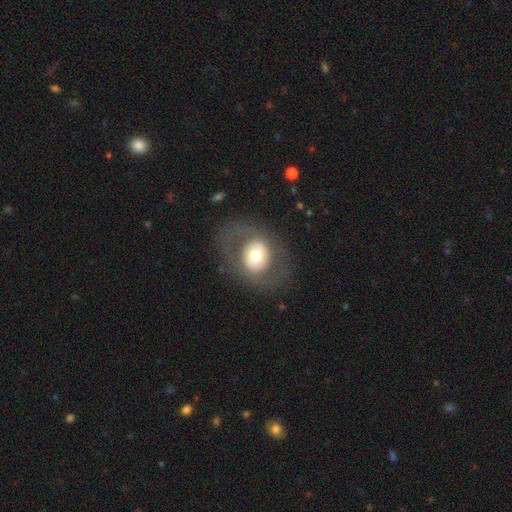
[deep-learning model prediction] Smooth or featured? Predicted: smooth (p=0.52). How rounded? Predicted: round (p=0.58). Merging? Predicted: none (p=0.73).